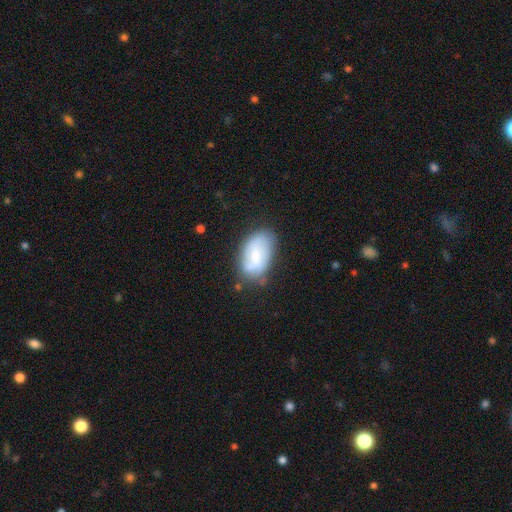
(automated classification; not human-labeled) Q: Smooth or featured?
A: smooth (52%); runner-up: featured or disk (40%)
Q: How rounded?
A: in between (92%); runner-up: round (6%)
Q: Merging?
A: none (60%); runner-up: minor disturbance (27%)